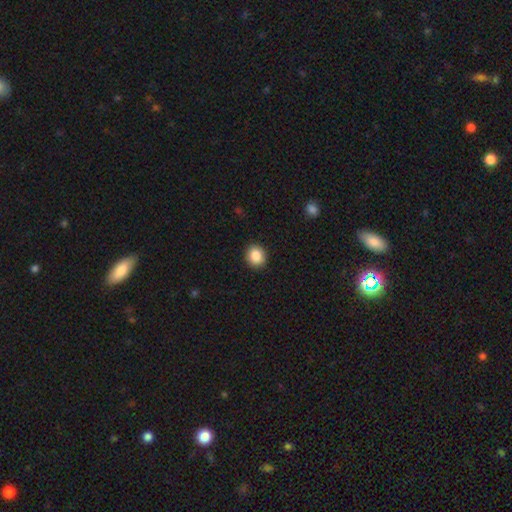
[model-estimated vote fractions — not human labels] Smooth or featured? smooth (87%)
How rounded? round (76%)
Merging? none (91%)